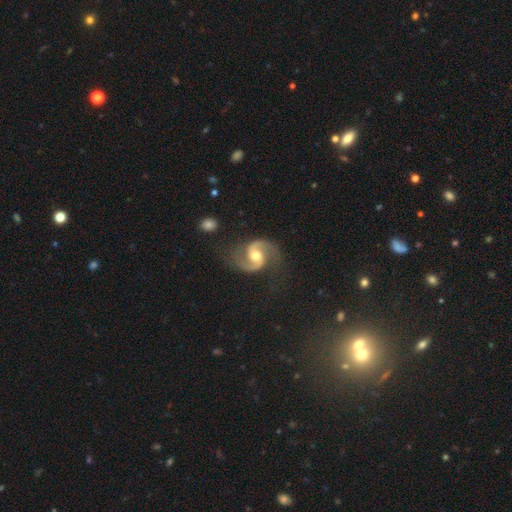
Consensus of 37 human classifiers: smooth_or_featured: featured or disk (p=0.92) [alt: star or artifact p=0.05]
disk_edge_on: no (p=0.97) [alt: yes p=0.03]
bar: no (p=0.58) [alt: weak p=0.30]
has_spiral_arms: yes (p=0.97) [alt: no p=0.03]
spiral_winding: medium (p=0.56) [alt: loose p=0.28]
spiral_arm_count: 2 (p=1.00)
bulge_size: moderate (p=0.76) [alt: small p=0.15]
merging: none (p=0.74) [alt: minor disturbance p=0.14]